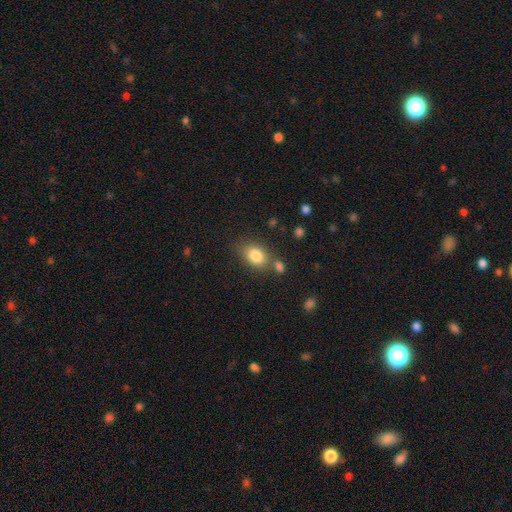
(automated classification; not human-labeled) Smooth or featured?
  - smooth: 83% *
  - star or artifact: 9%
  - featured or disk: 8%
How rounded?
  - in between: 76% *
  - round: 22%
  - cigar-shaped: 2%
Merging?
  - none: 66% *
  - merger: 15%
  - minor disturbance: 14%
  - major disturbance: 5%